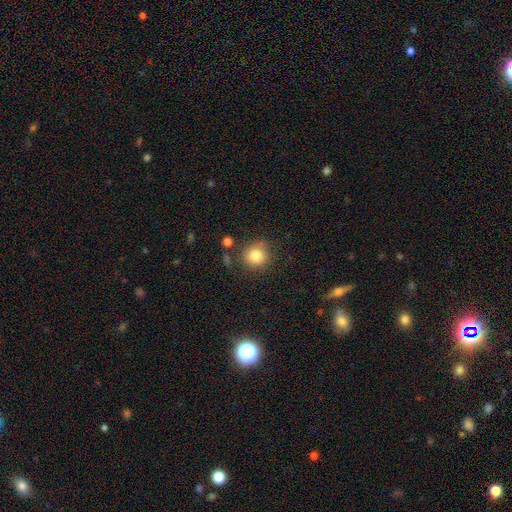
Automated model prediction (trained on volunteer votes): smooth-or-featured: smooth: 84% | star or artifact: 10% | featured or disk: 7%
  how-rounded: round: 87% | in between: 12% | cigar-shaped: 1%
  merging: none: 76% | minor disturbance: 15% | merger: 5% | major disturbance: 4%